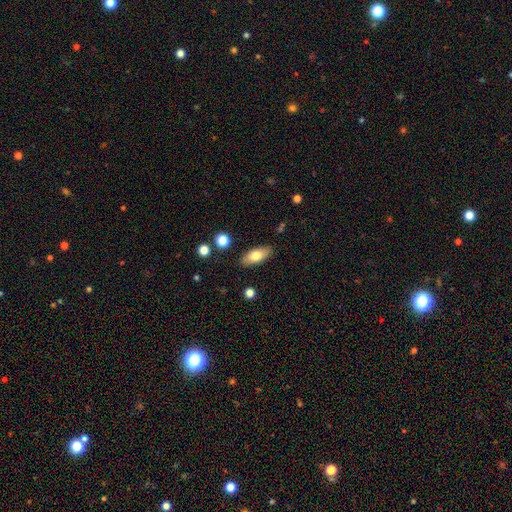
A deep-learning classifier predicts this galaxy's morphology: Smooth or featured? Predicted: smooth (p=0.74). How rounded? Predicted: in between (p=0.83). Merging? Predicted: none (p=0.87).